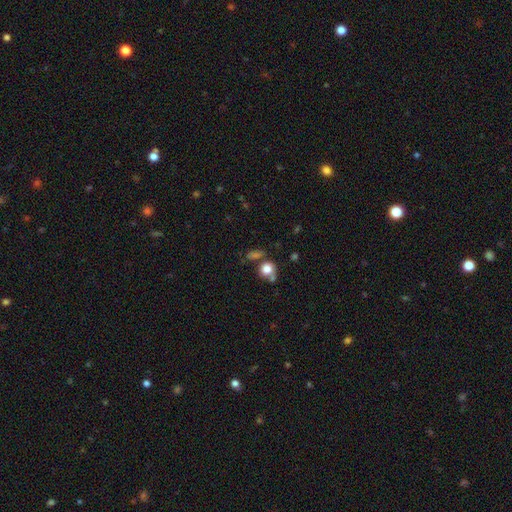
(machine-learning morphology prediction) A smooth galaxy with no disk features (61%) that is round (67%).

Vote fractions:
- Smooth or featured? smooth: 61% / star or artifact: 25% / featured or disk: 13%
- How rounded? round: 67% / in between: 29% / cigar-shaped: 4%
- Merging? none: 61% / merger: 17% / minor disturbance: 14% / major disturbance: 8%